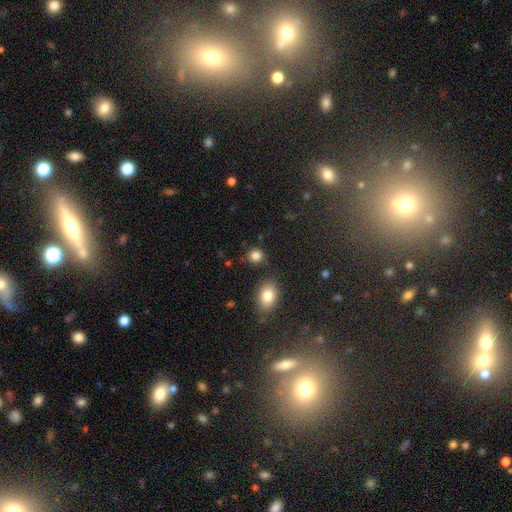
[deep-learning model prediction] A smooth galaxy with no disk features (85%) that is round (83%).

Vote fractions:
- Smooth or featured? smooth: 85% / star or artifact: 11% / featured or disk: 4%
- How rounded? round: 83% / in between: 16% / cigar-shaped: 1%
- Merging? none: 82% / minor disturbance: 10% / merger: 5% / major disturbance: 3%